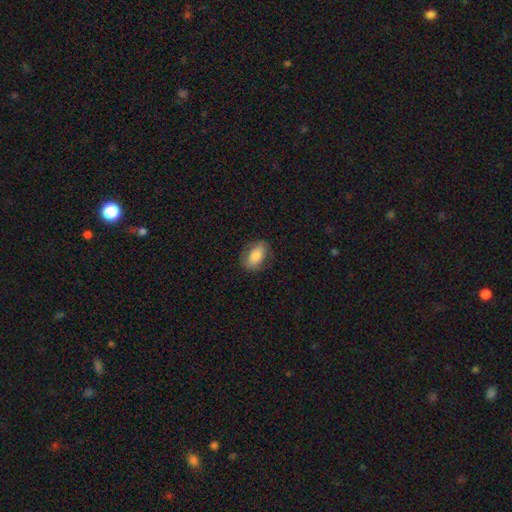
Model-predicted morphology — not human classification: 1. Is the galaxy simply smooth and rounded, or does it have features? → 76% smooth, 17% featured or disk, 7% star or artifact.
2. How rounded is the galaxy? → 86% in between, 12% round, 2% cigar-shaped.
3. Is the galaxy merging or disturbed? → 78% none, 16% minor disturbance, 5% major disturbance, 1% merger.